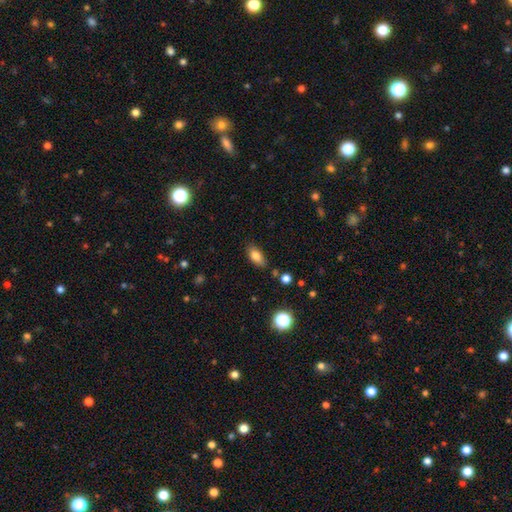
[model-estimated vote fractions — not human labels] Smooth or featured? smooth (82%)
How rounded? in between (86%)
Merging? none (74%)